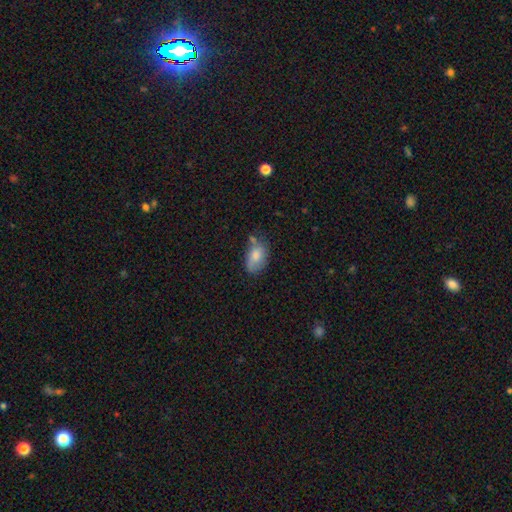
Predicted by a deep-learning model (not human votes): Overall: smooth (75%). How rounded: in between (91%). Merging: none (48%; minor disturbance 31%).